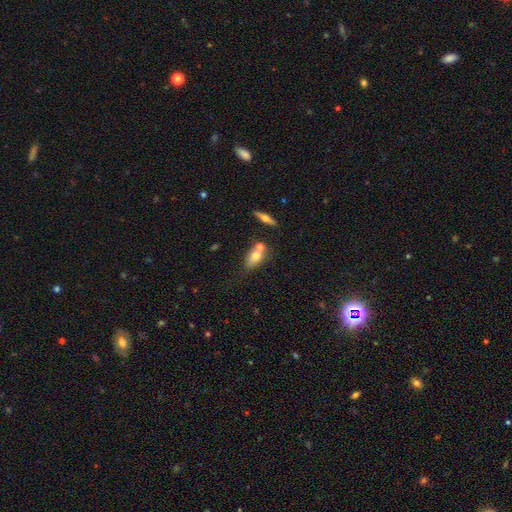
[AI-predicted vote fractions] Smooth or featured: smooth — 70% (featured or disk — 22%)
How rounded: in between — 80% (round — 11%)
Merging: none — 42% (merger — 38%)